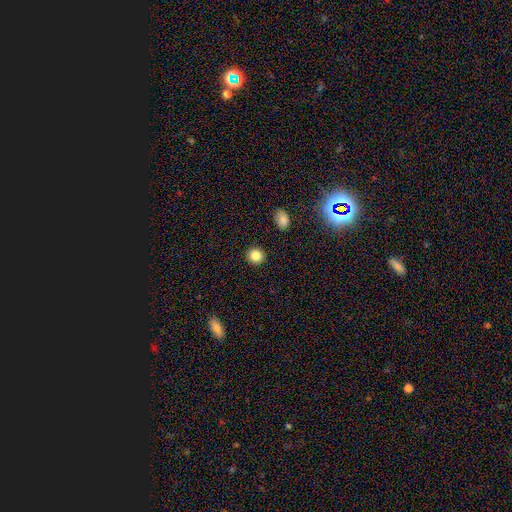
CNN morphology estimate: Overall: smooth (84%). How rounded: round (86%). Merging: none (91%).